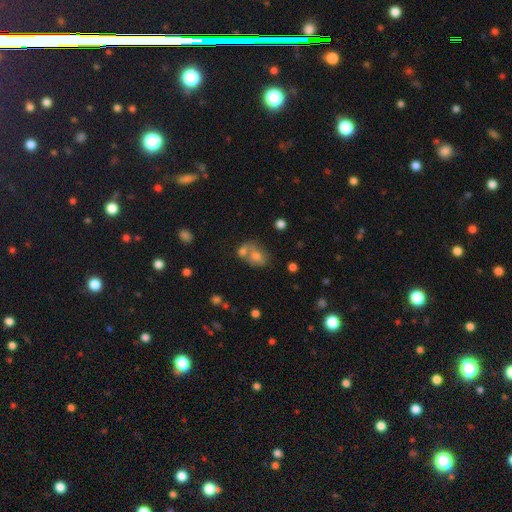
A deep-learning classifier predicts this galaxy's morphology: Overall: smooth (66%). How rounded: in between (58%; round 41%). Merging: merger (50%; none 32%).